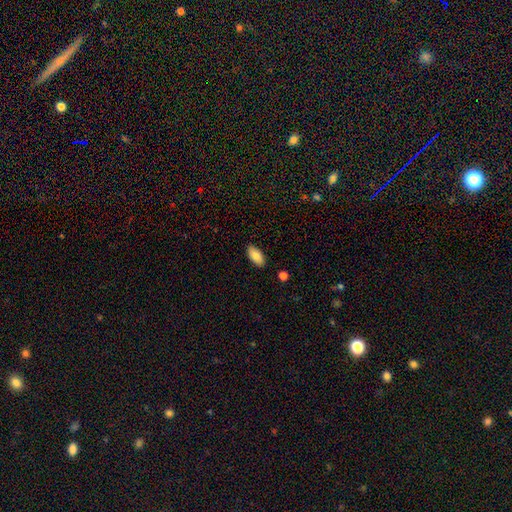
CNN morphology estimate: smooth-or-featured: smooth: 82% | featured or disk: 11% | star or artifact: 7%
  how-rounded: in between: 92% | cigar-shaped: 5% | round: 2%
  merging: none: 88% | minor disturbance: 9% | major disturbance: 2% | merger: 1%